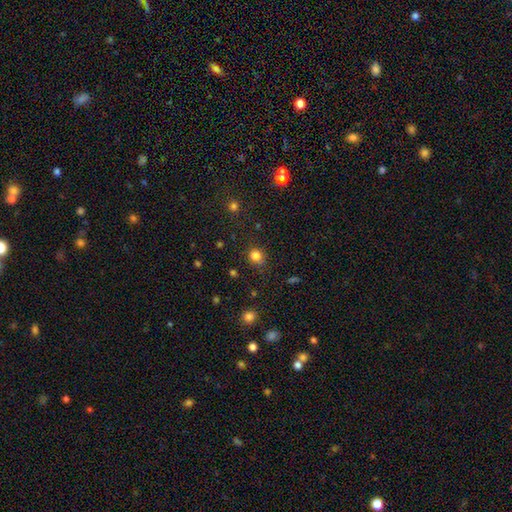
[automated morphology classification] smooth 81%, star or artifact 14%, featured or disk 5%. Down the decision tree: how rounded — round (84%); merging — none (78%).